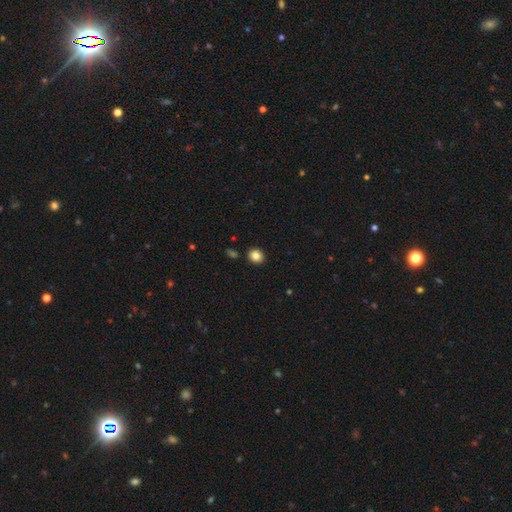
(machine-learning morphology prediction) type=smooth (84%); roundness=round (69%); merging=none (90%).